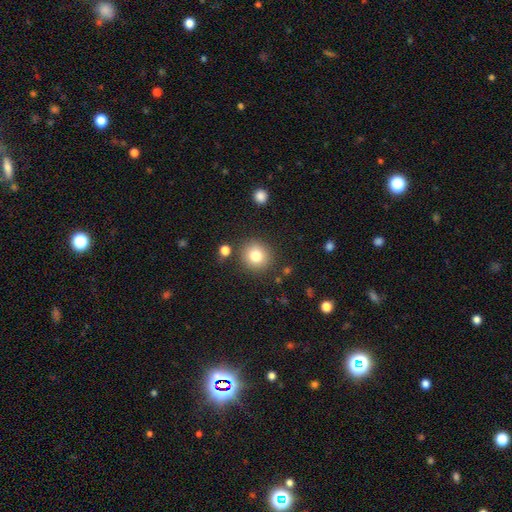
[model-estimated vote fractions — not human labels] smooth 81%, star or artifact 11%, featured or disk 9%. Down the decision tree: how rounded — round (90%); merging — none (85%).